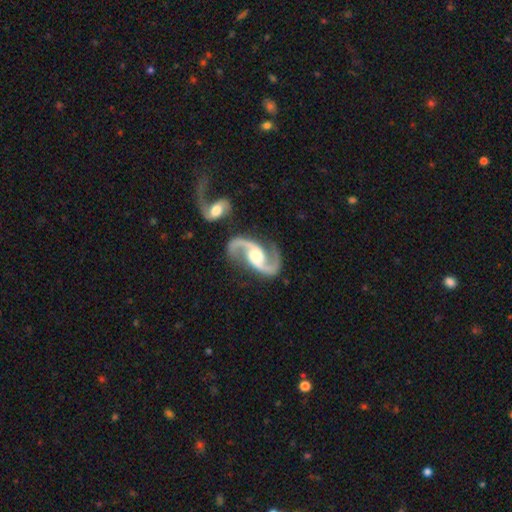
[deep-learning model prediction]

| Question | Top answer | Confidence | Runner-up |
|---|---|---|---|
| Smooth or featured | featured or disk | 94% | star or artifact (3%) |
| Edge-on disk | no | 98% | yes (2%) |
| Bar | no | 45% | weak (37%) |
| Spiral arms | yes | 98% | no (2%) |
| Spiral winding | medium | 52% | loose (39%) |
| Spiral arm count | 2 | 95% | can't tell (1%) |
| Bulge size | moderate | 61% | large (22%) |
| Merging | none | 74% | minor disturbance (12%) |